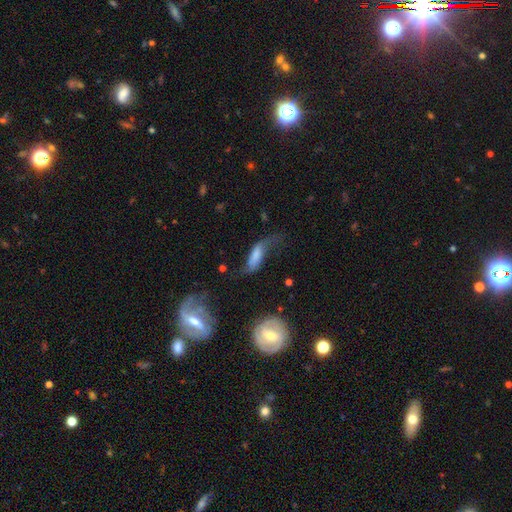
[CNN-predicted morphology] Overall: featured or disk (47%; smooth 43%). Merging: major disturbance (35%; none 34%).